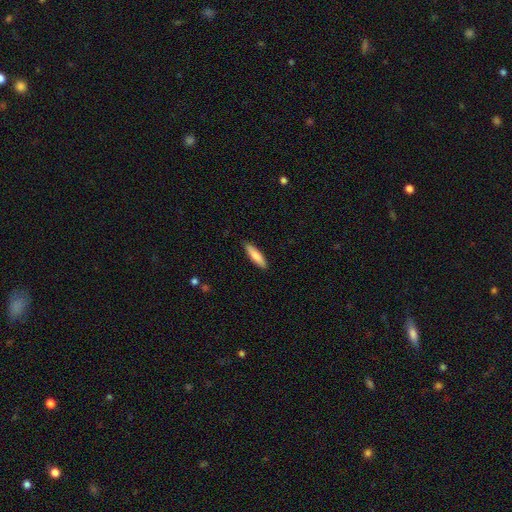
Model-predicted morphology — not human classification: smooth_or_featured: smooth (p=0.80) [alt: featured or disk p=0.14]
how_rounded: cigar-shaped (p=0.74) [alt: in between p=0.25]
merging: none (p=0.88) [alt: minor disturbance p=0.09]